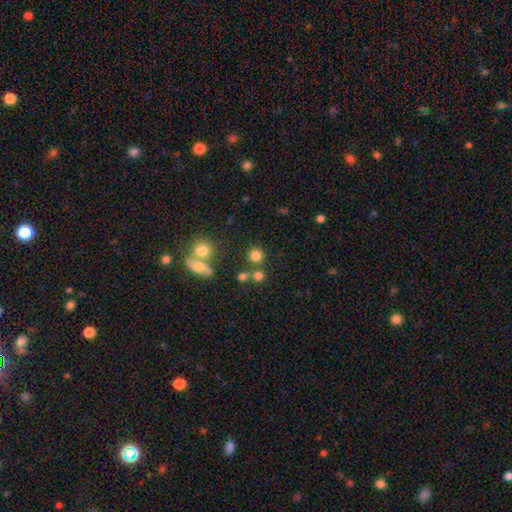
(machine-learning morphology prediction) A smooth galaxy with no disk features (79%) that is round (89%).

Vote fractions:
- Smooth or featured? smooth: 79% / star or artifact: 14% / featured or disk: 7%
- How rounded? round: 89% / in between: 10% / cigar-shaped: 1%
- Merging? none: 69% / merger: 18% / minor disturbance: 8% / major disturbance: 4%